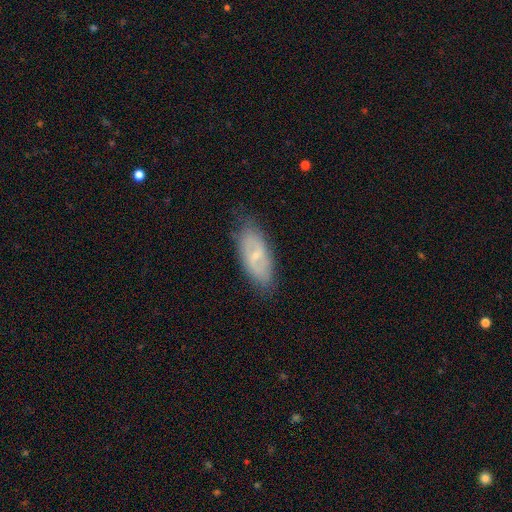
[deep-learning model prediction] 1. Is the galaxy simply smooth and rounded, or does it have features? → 53% featured or disk, 39% smooth, 8% star or artifact.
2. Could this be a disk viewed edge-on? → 87% no, 13% yes.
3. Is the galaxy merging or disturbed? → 76% none, 18% minor disturbance, 4% major disturbance, 1% merger.